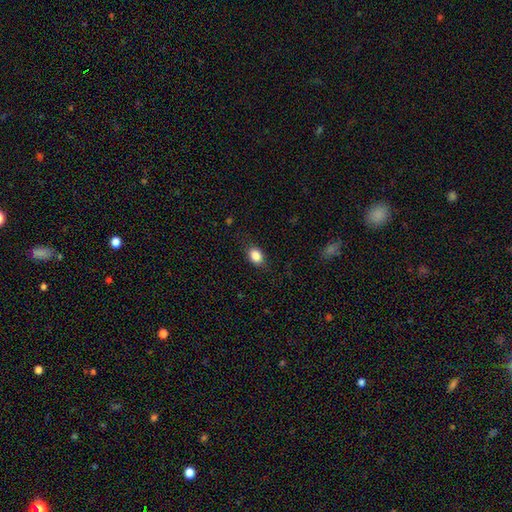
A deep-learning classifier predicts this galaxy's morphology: Q: Smooth or featured?
A: smooth (86%); runner-up: star or artifact (9%)
Q: How rounded?
A: in between (67%); runner-up: round (32%)
Q: Merging?
A: none (80%); runner-up: minor disturbance (14%)